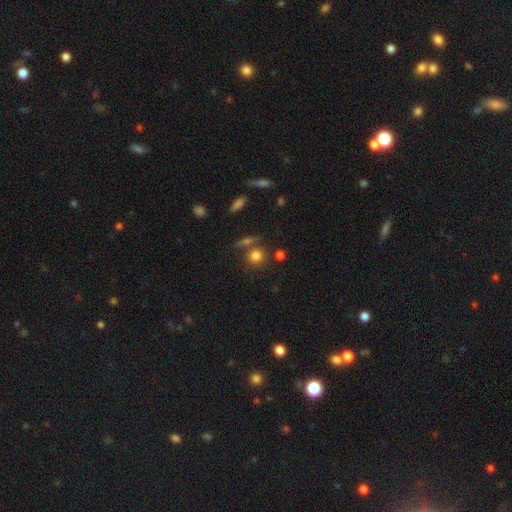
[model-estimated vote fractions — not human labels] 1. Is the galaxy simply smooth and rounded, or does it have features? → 78% smooth, 12% star or artifact, 9% featured or disk.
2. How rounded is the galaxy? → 85% round, 13% in between, 2% cigar-shaped.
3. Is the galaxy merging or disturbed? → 68% none, 17% merger, 11% minor disturbance, 4% major disturbance.